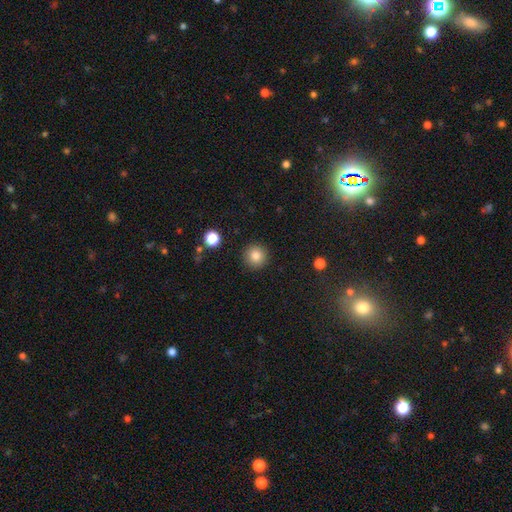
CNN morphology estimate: A smooth galaxy with no disk features (83%) that is round (95%). Merging: none (91%).